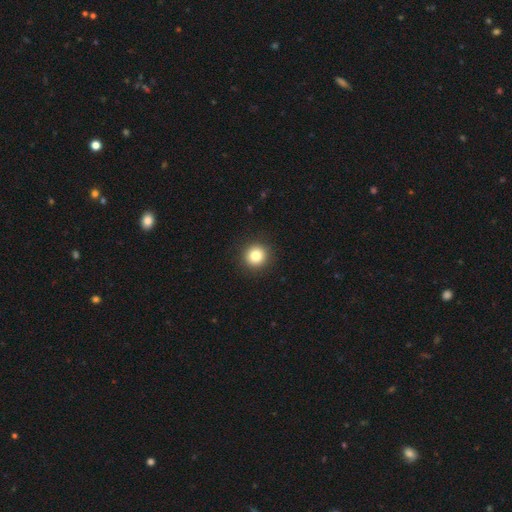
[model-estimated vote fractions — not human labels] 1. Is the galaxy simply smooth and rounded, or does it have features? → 83% smooth, 11% star or artifact, 6% featured or disk.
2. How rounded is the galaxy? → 93% round, 6% in between, 1% cigar-shaped.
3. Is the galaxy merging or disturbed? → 92% none, 5% minor disturbance, 2% major disturbance, 1% merger.